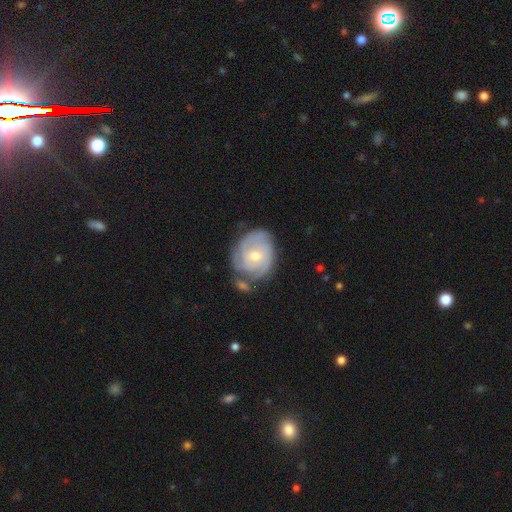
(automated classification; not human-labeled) Morphology: type=featured or disk (78%); edge-on=no (97%); bar=no (63%); spiral arms=yes (92%); winding=tight (69%); arm count=can't tell (31%); bulge=moderate (57%); merging=none (60%).